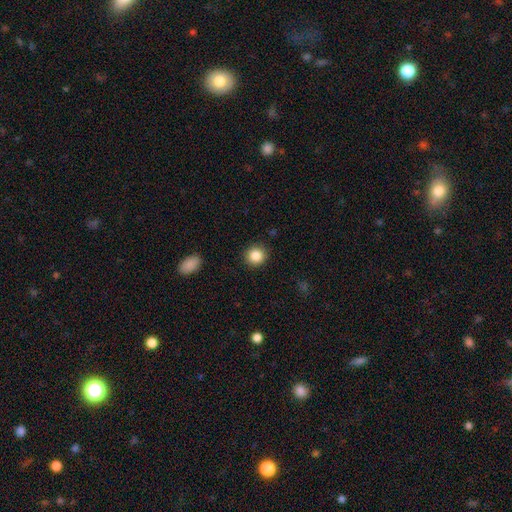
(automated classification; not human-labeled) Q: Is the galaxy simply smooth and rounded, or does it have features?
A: smooth — 86%.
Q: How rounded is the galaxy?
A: round — 89%.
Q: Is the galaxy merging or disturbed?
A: none — 90%.